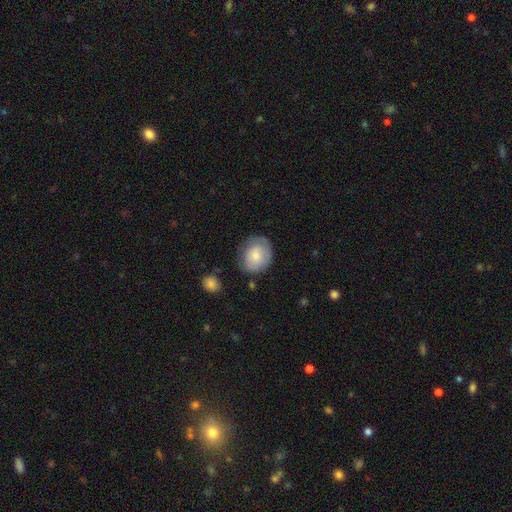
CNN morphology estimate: Q: Smooth or featured?
A: smooth (74%); runner-up: featured or disk (19%)
Q: How rounded?
A: round (65%); runner-up: in between (34%)
Q: Merging?
A: none (70%); runner-up: minor disturbance (22%)